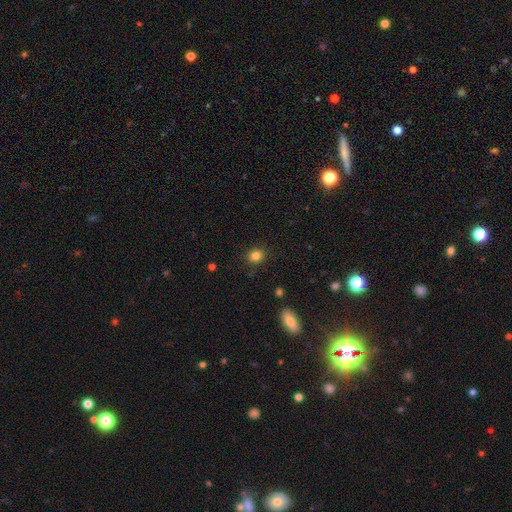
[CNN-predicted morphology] Overall: smooth (83%). How rounded: round (75%). Merging: none (87%).